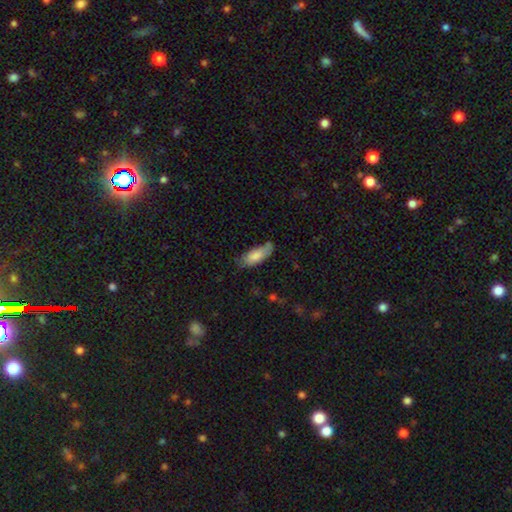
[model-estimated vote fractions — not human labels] Morphology: type=smooth (80%); roundness=in between (74%); merging=none (55%).